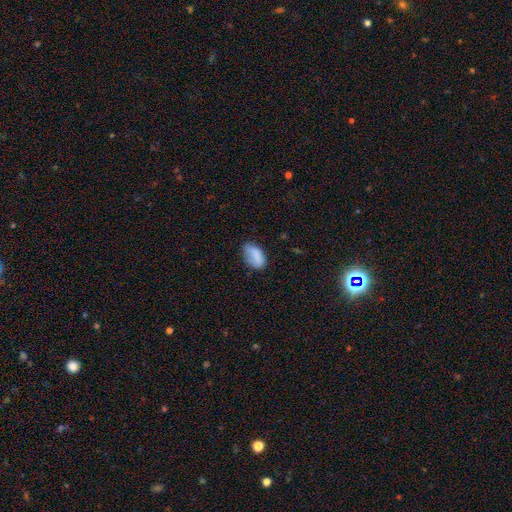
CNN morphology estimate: This is clearly a smooth galaxy (80%). How rounded: clearly in between (92%). Merging: possibly none (58%).